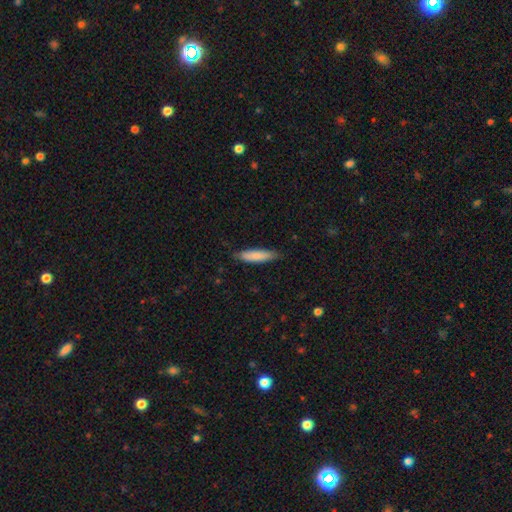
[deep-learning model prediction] This is clearly a smooth galaxy (82%). How rounded: likely cigar-shaped (74%). Merging: clearly none (82%).